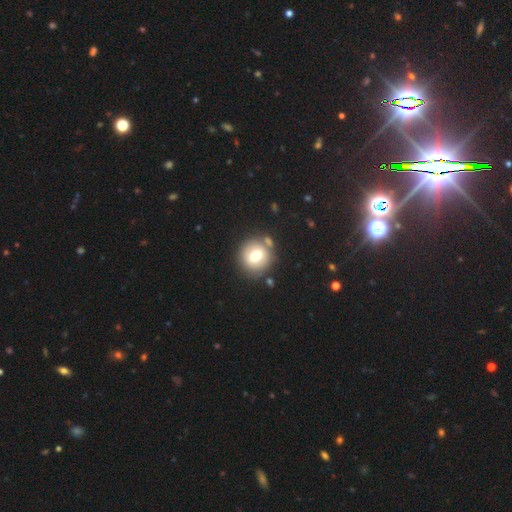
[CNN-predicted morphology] smooth-or-featured: smooth: 71% | featured or disk: 20% | star or artifact: 9%
  how-rounded: round: 88% | in between: 11% | cigar-shaped: 1%
  merging: none: 75% | merger: 11% | minor disturbance: 11% | major disturbance: 4%